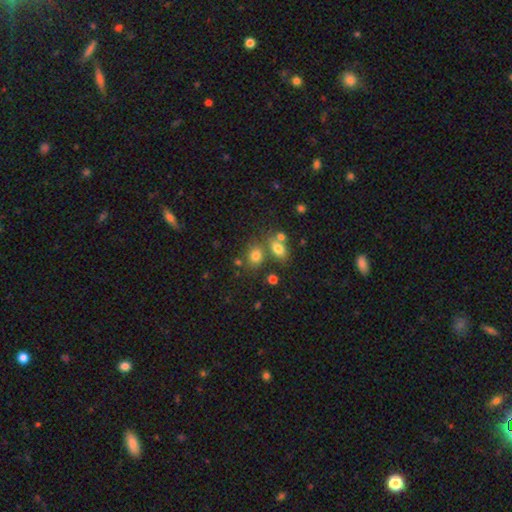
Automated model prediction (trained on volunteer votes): This appears to be a smooth galaxy with no disk features (77%) that is in between round and cigar-shaped (50%). Merging: none (57%).